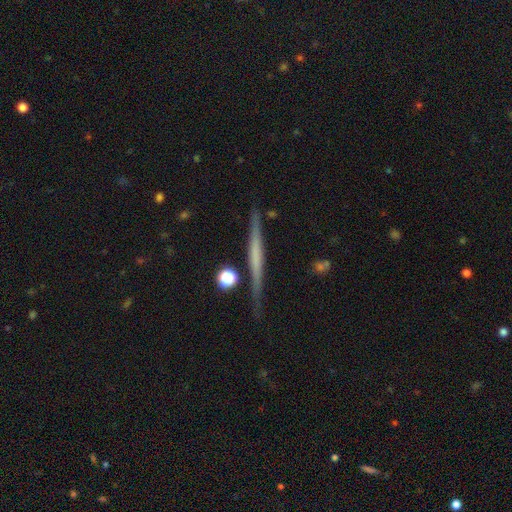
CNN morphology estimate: Smooth or featured? Predicted: featured or disk (p=0.61). Edge-on disk? Predicted: yes (p=0.97). Edge-on bulge? Predicted: none (p=0.73). Merging? Predicted: none (p=0.84).